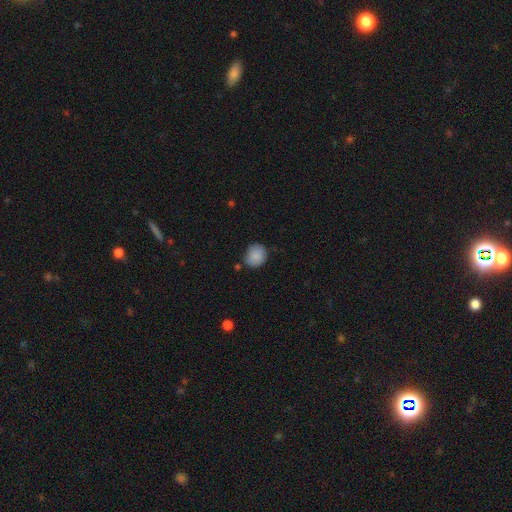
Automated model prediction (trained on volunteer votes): Q: Smooth or featured?
A: smooth (88%); runner-up: star or artifact (8%)
Q: How rounded?
A: round (72%); runner-up: in between (27%)
Q: Merging?
A: none (73%); runner-up: minor disturbance (19%)